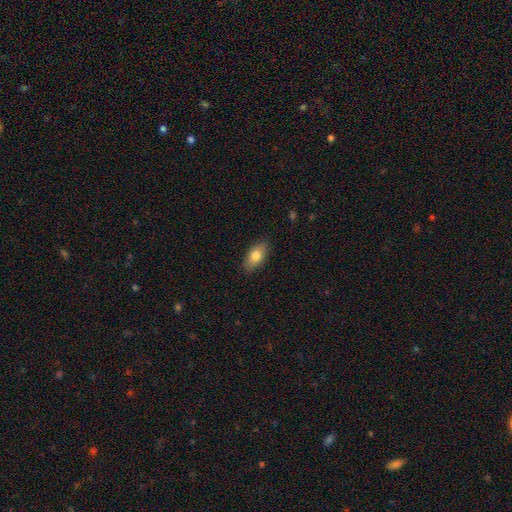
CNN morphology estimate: Smooth or featured? smooth (78%)
How rounded? in between (89%)
Merging? none (87%)